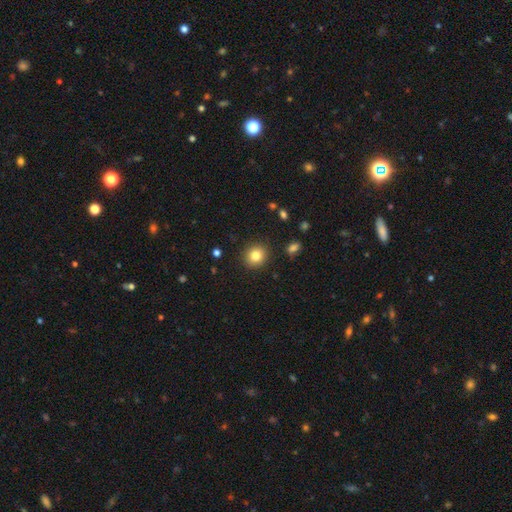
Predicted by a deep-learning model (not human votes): This is clearly a smooth galaxy (82%). How rounded: clearly round (80%). Merging: clearly none (89%).